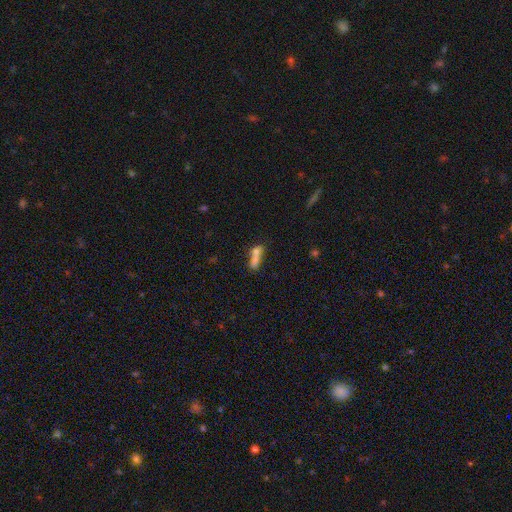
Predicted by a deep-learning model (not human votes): Morphology: type=smooth (65%); roundness=in between (55%); merging=merger (68%).